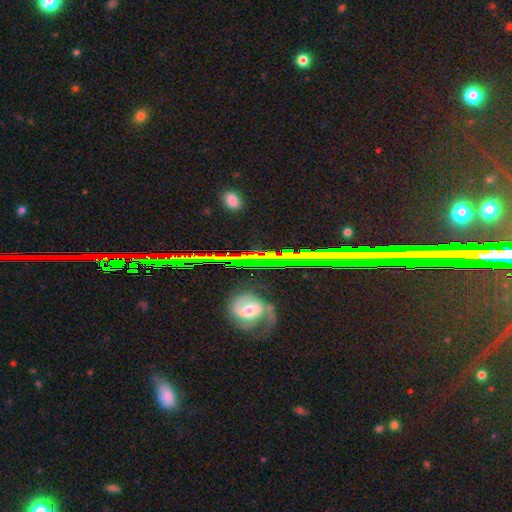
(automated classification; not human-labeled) Q: Smooth or featured?
A: star or artifact (74%); runner-up: featured or disk (14%)